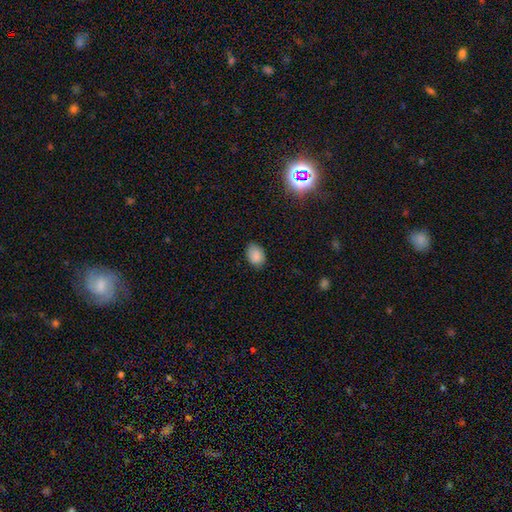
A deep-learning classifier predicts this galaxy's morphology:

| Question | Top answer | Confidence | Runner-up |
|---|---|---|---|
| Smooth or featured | smooth | 87% | star or artifact (9%) |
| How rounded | in between | 80% | round (19%) |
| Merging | none | 82% | minor disturbance (15%) |